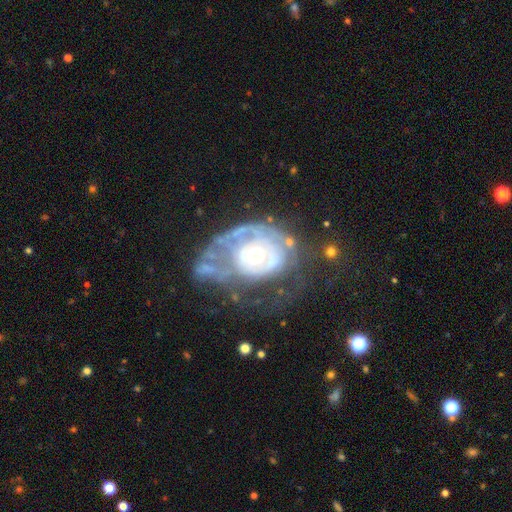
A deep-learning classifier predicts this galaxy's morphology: smooth-or-featured: featured or disk: 80% | smooth: 14% | star or artifact: 7%
  disk-edge-on: no: 97% | yes: 3%
    bar: no: 83% | weak: 13% | strong: 4%
    has-spiral-arms: yes: 65% | no: 35%
      spiral-winding: tight: 64% | medium: 22% | loose: 13%
      spiral-arm-count: can't tell: 48% | 1: 19% | 2: 18% | 3: 7% | 4: 4% | more than 4: 4%
    bulge-size: moderate: 64% | large: 22% | small: 11% | dominant: 2% | none: 1%
  merging: major disturbance: 43% | none: 30% | minor disturbance: 20% | merger: 7%